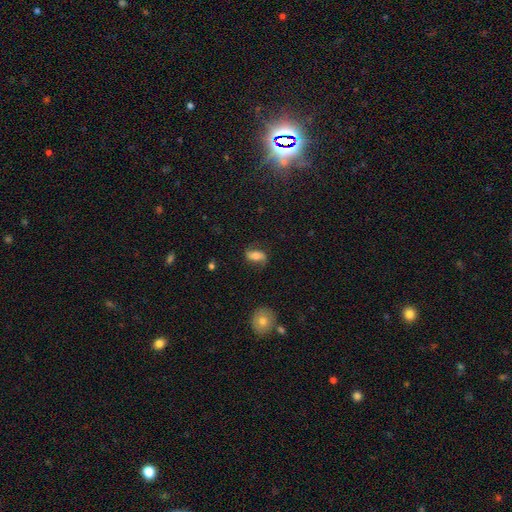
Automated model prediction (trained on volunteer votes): This is possibly a smooth galaxy (47%). Merging: likely none (70%).